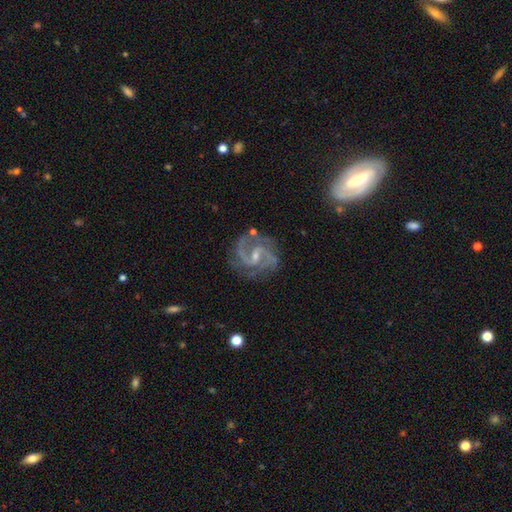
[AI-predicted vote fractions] Smooth or featured? featured or disk (90%)
Edge-on disk? no (98%)
Bar? weak (53%)
Spiral arms? yes (98%)
Spiral winding? medium (61%)
Spiral arm count? 2 (81%)
Bulge size? small (64%)
Merging? none (75%)